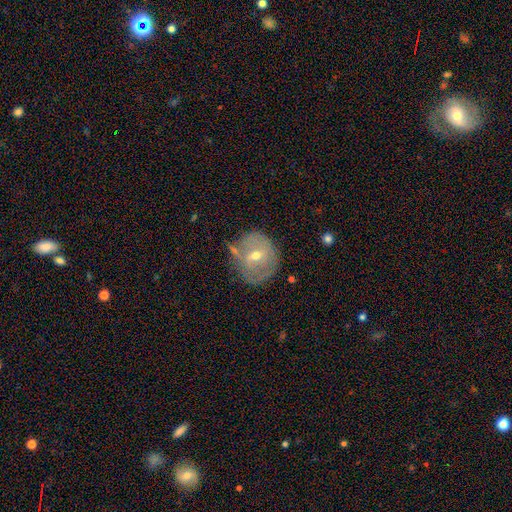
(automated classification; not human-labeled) Morphology: type=featured or disk (51%); edge-on=no (93%); merging=none (61%).